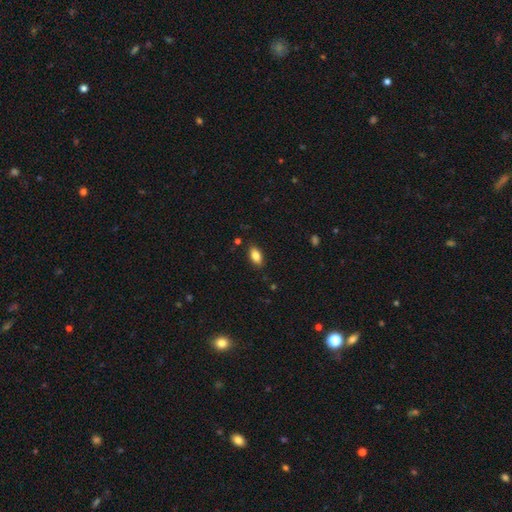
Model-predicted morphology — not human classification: type=smooth (83%); roundness=in between (90%); merging=none (87%).